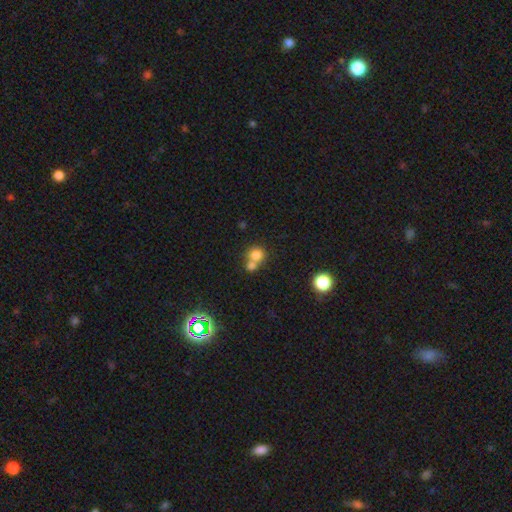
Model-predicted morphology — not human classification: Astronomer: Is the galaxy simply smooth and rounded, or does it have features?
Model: smooth — 78%.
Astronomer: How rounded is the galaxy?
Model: round — 81%.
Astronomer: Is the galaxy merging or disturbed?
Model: merger — 52% (runner-up: none, 39%).